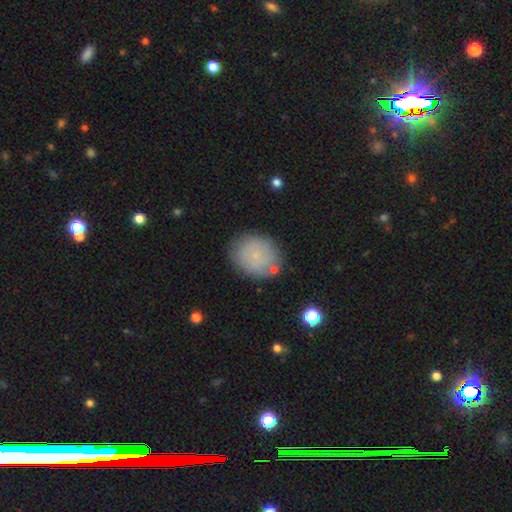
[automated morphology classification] Q: Smooth or featured?
A: smooth (70%); runner-up: featured or disk (21%)
Q: How rounded?
A: round (63%); runner-up: in between (36%)
Q: Merging?
A: none (76%); runner-up: minor disturbance (16%)